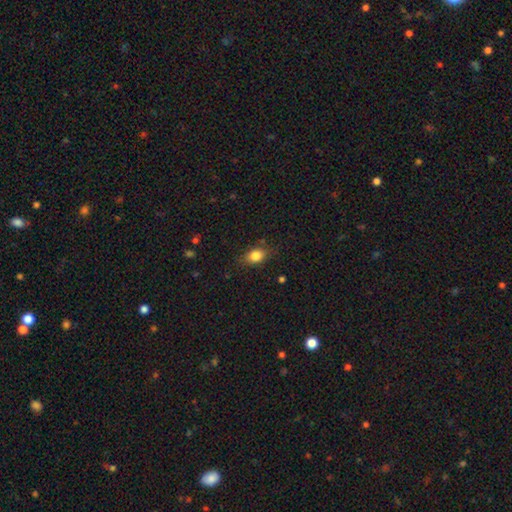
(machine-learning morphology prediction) type=smooth (83%); roundness=in between (71%); merging=none (78%).